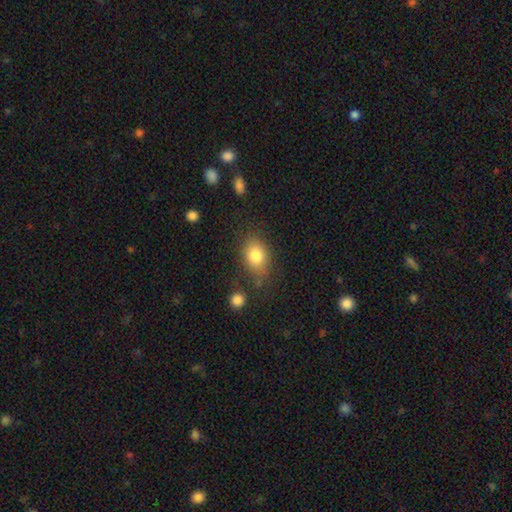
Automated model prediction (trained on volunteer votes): smooth_or_featured: smooth (p=0.81) [alt: featured or disk p=0.10]
how_rounded: in between (p=0.70) [alt: round p=0.29]
merging: none (p=0.70) [alt: minor disturbance p=0.18]